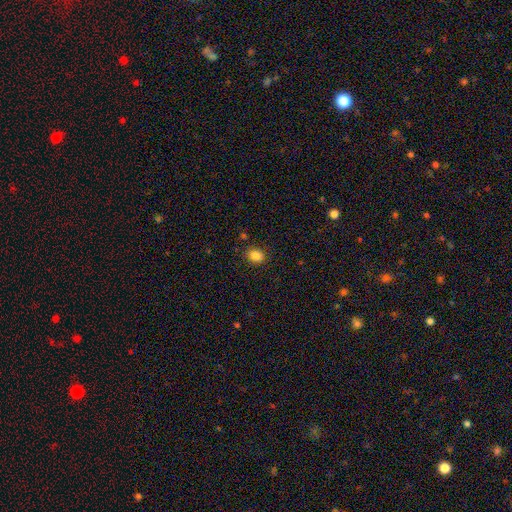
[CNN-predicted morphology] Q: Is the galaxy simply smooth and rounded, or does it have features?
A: smooth — 85%.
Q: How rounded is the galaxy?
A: round — 51%.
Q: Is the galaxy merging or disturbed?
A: none — 87%.